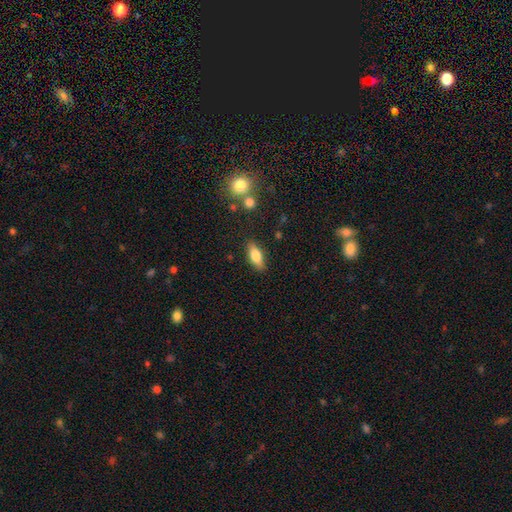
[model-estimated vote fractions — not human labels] Q: Smooth or featured?
A: smooth (72%); runner-up: featured or disk (21%)
Q: How rounded?
A: in between (73%); runner-up: cigar-shaped (24%)
Q: Merging?
A: none (85%); runner-up: minor disturbance (10%)